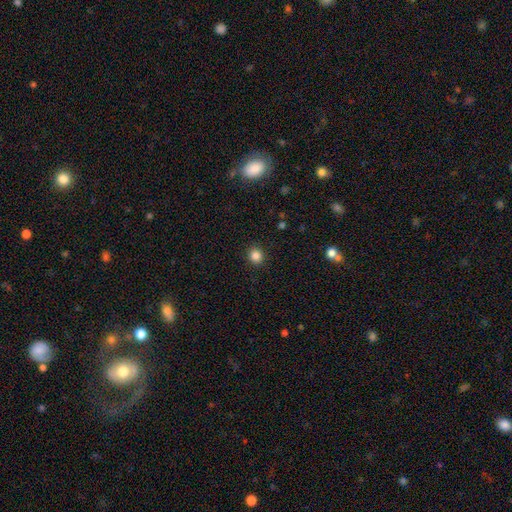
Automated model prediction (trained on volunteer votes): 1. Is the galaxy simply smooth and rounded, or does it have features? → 84% smooth, 12% star or artifact, 4% featured or disk.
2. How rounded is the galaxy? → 88% round, 11% in between, 1% cigar-shaped.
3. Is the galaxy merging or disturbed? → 92% none, 5% minor disturbance, 2% major disturbance, 1% merger.